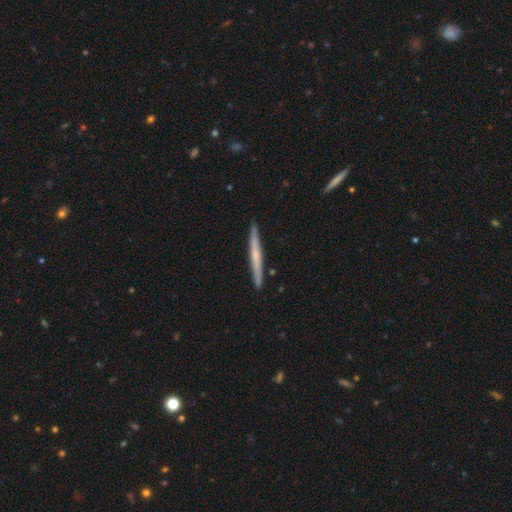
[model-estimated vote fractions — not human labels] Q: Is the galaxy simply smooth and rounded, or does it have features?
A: featured or disk — 50%.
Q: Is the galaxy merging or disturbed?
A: none — 92%.